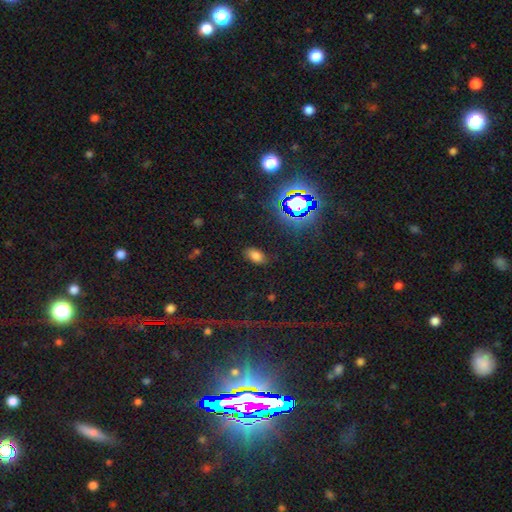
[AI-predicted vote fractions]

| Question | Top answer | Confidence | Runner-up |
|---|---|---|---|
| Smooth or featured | smooth | 71% | star or artifact (21%) |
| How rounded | in between | 92% | round (6%) |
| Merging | none | 82% | minor disturbance (13%) |